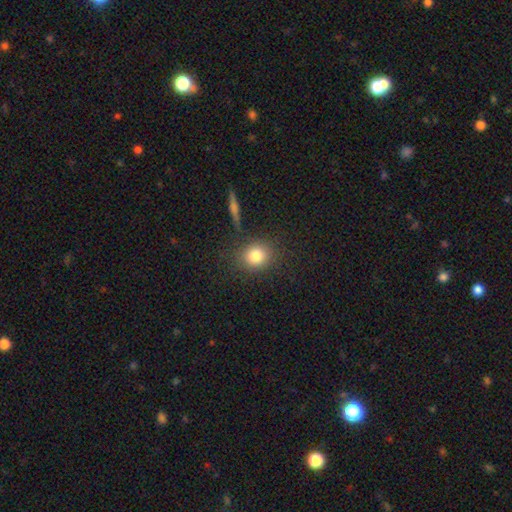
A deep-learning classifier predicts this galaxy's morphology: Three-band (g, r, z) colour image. It shows a smooth galaxy with no disk features (81%) that is round (76%). Merging: none (82%).